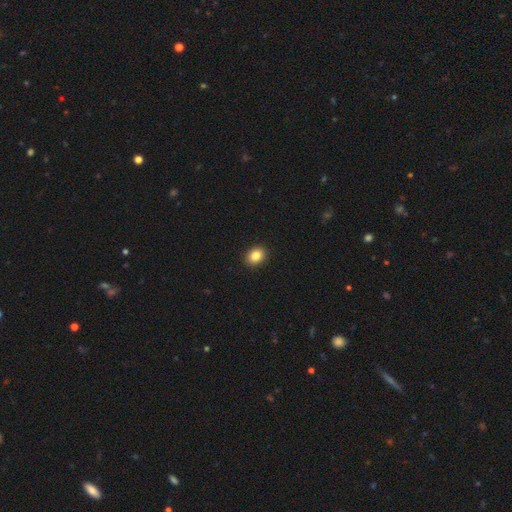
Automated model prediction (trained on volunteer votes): A smooth galaxy with no disk features (85%) that is in between round and cigar-shaped (58%).

Vote fractions:
- Smooth or featured? smooth: 85% / star or artifact: 9% / featured or disk: 5%
- How rounded? in between: 58% / round: 41% / cigar-shaped: 1%
- Merging? none: 91% / minor disturbance: 6% / major disturbance: 2% / merger: 1%